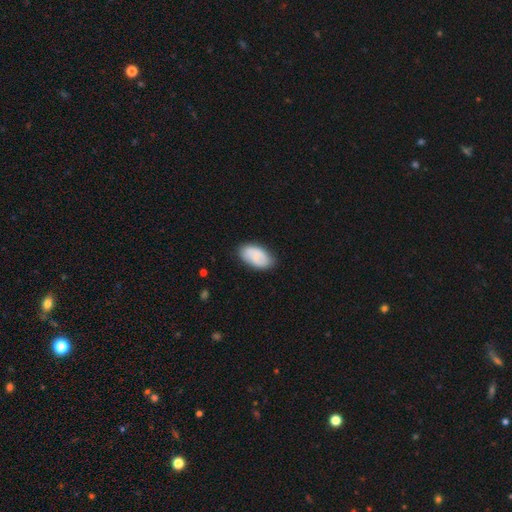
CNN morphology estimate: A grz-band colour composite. It shows a smooth galaxy with no disk features (71%) that is in between round and cigar-shaped (94%). Merging: none (79%).